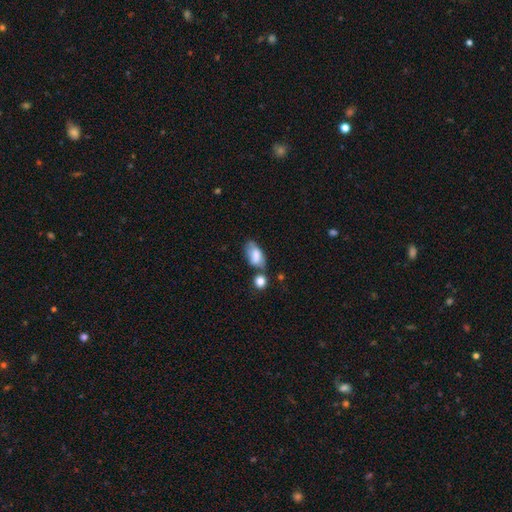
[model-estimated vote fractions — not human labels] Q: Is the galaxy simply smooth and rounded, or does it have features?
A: smooth — 72%.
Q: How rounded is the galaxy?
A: in between — 90%.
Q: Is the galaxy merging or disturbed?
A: none — 45%.